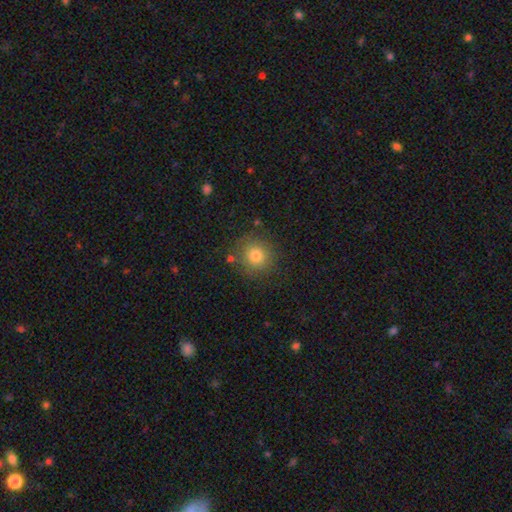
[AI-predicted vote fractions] Overall: smooth (77%). How rounded: round (90%). Merging: none (80%).